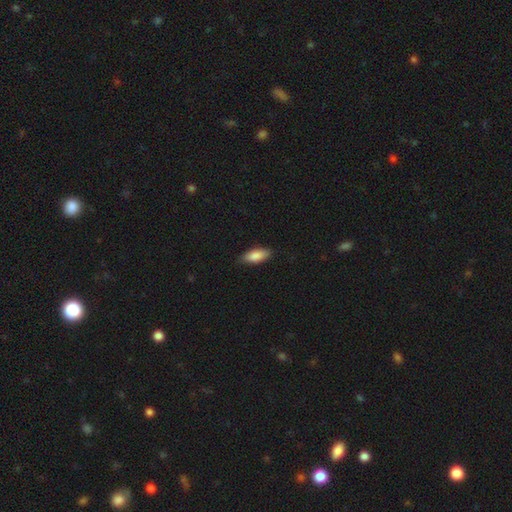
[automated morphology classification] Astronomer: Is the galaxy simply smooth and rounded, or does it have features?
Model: smooth — 86%.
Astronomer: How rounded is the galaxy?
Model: in between — 79%.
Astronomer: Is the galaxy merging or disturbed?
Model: none — 83%.